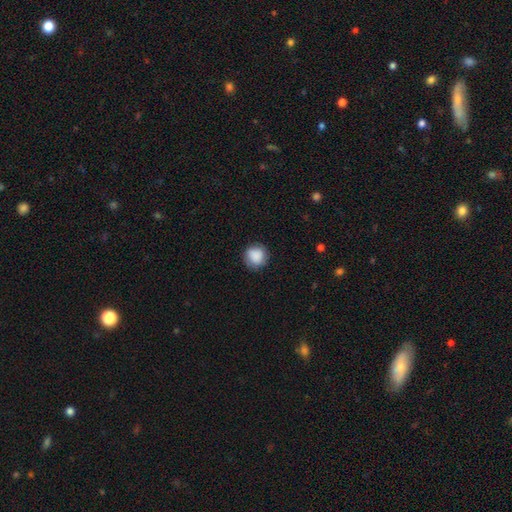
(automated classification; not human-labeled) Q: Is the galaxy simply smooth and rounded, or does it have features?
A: smooth — 87%.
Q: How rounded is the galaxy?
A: round — 89%.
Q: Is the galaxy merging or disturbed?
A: none — 82%.